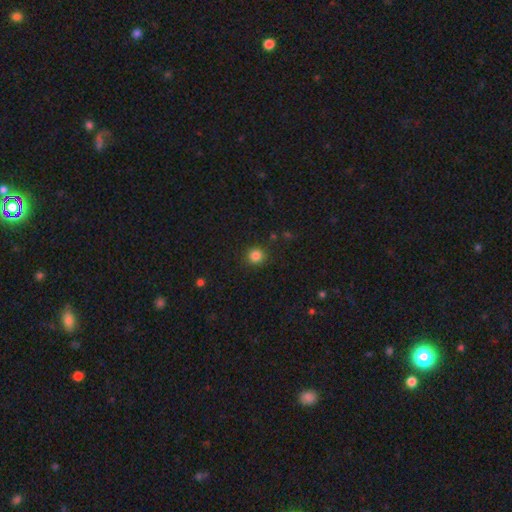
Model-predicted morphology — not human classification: smooth_or_featured: smooth (p=0.84) [alt: star or artifact p=0.12]
how_rounded: round (p=0.92) [alt: in between p=0.07]
merging: none (p=0.90) [alt: minor disturbance p=0.06]